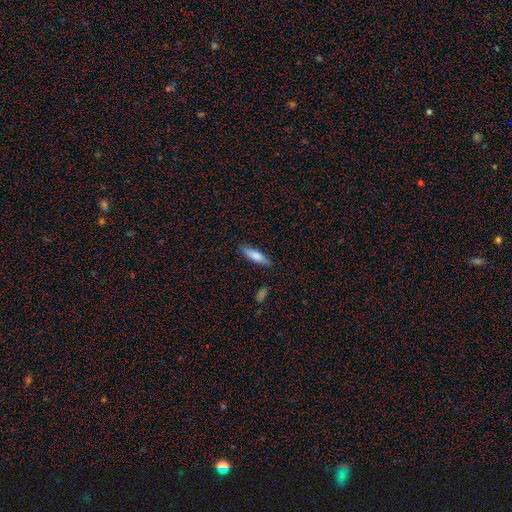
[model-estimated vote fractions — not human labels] smooth 76%, featured or disk 18%, star or artifact 6%. Down the decision tree: how rounded — cigar-shaped (69%); merging — none (84%).